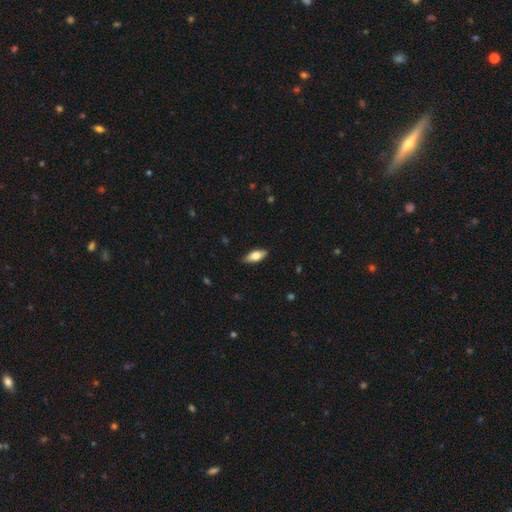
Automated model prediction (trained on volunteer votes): A smooth galaxy with no disk features (73%) that is in between round and cigar-shaped (80%). Merging: none (86%).